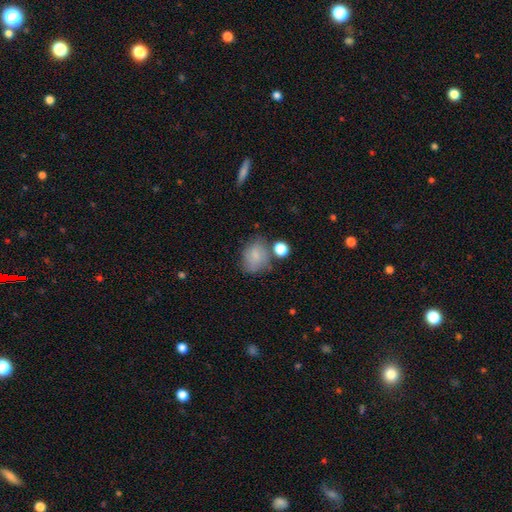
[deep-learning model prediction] Morphology: type=smooth (72%); roundness=round (54%); merging=none (56%).